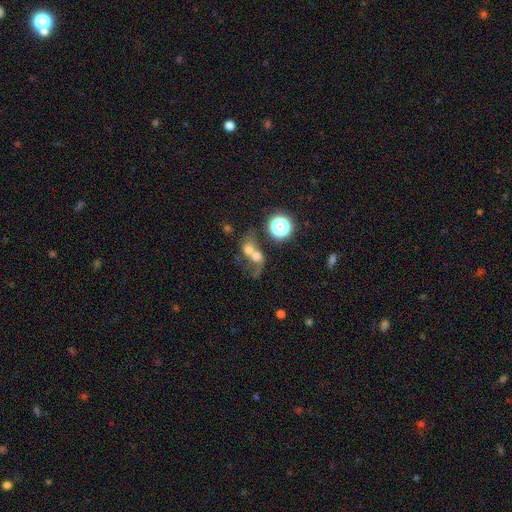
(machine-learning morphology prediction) Q: Smooth or featured?
A: smooth (52%); runner-up: featured or disk (31%)
Q: How rounded?
A: round (67%); runner-up: in between (31%)
Q: Merging?
A: merger (71%); runner-up: none (13%)